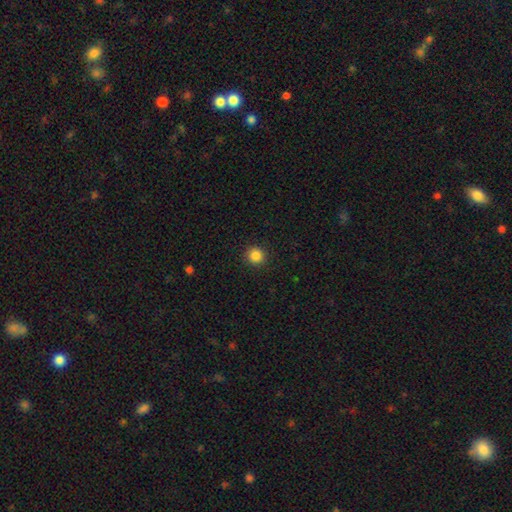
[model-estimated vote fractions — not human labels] Smooth or featured?
  - smooth: 86% *
  - star or artifact: 11%
  - featured or disk: 3%
How rounded?
  - round: 93% *
  - in between: 6%
  - cigar-shaped: 1%
Merging?
  - none: 92% *
  - minor disturbance: 5%
  - major disturbance: 2%
  - merger: 1%